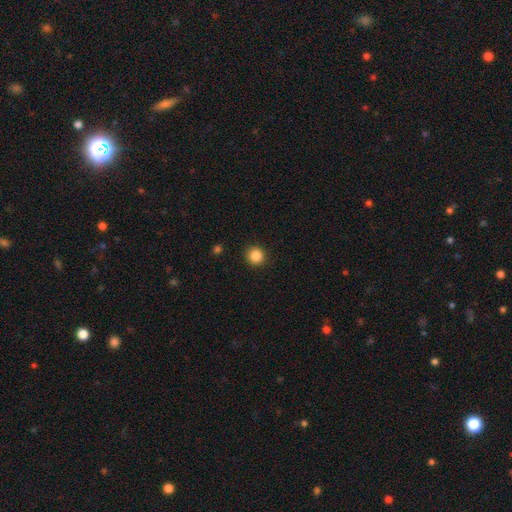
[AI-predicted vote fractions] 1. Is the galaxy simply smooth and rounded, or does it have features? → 87% smooth, 10% star or artifact, 3% featured or disk.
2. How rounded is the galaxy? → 94% round, 5% in between, 1% cigar-shaped.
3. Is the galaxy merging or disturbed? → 92% none, 5% minor disturbance, 2% major disturbance, 1% merger.